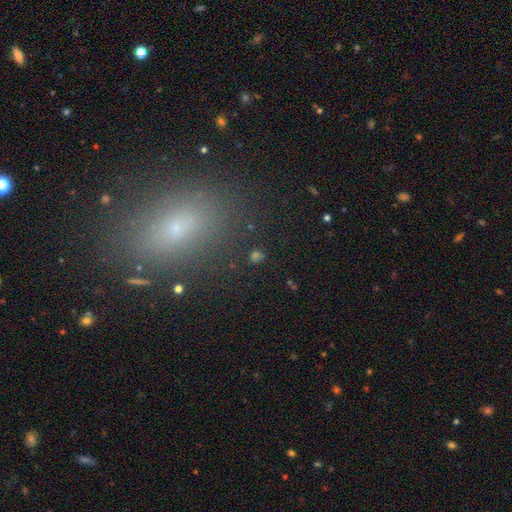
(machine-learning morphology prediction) Smooth or featured? Predicted: smooth (p=0.59). How rounded? Predicted: round (p=0.55). Merging? Predicted: none (p=0.80).